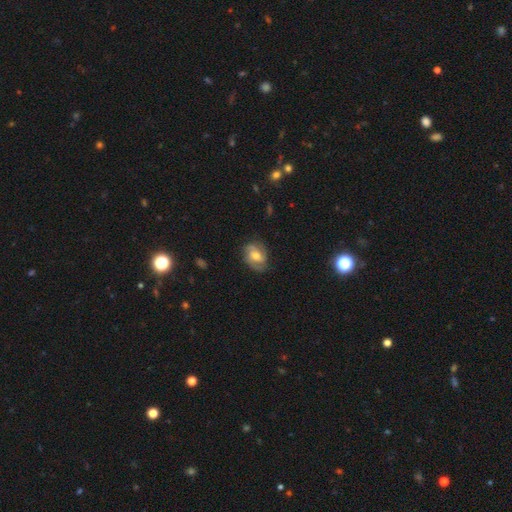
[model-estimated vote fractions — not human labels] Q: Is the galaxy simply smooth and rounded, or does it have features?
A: featured or disk — 63%.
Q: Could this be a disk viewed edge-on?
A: no — 96%.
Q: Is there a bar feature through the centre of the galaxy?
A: no — 44%.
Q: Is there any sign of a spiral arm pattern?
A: yes — 85%.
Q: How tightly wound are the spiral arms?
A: medium — 43%.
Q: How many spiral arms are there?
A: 2 — 65%.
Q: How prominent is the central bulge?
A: moderate — 70%.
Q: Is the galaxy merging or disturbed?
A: none — 73%.